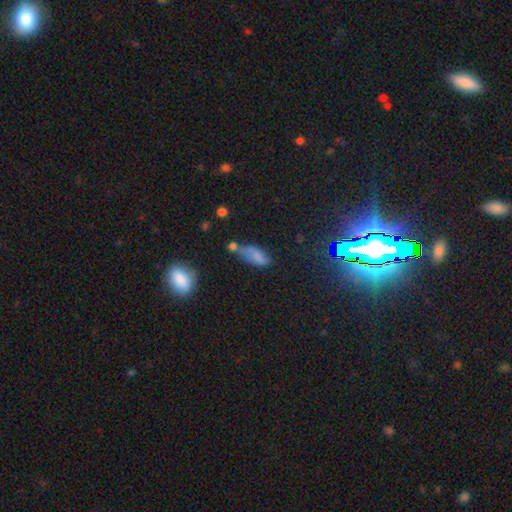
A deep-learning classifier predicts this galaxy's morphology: A smooth galaxy with no disk features (70%) that is in between round and cigar-shaped (80%). Merging: none (32%).